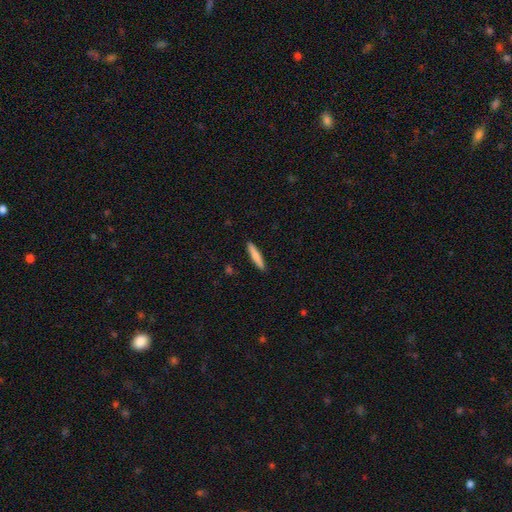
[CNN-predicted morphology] Q: Smooth or featured?
A: smooth (77%); runner-up: featured or disk (18%)
Q: How rounded?
A: cigar-shaped (91%); runner-up: in between (7%)
Q: Merging?
A: none (91%); runner-up: minor disturbance (6%)